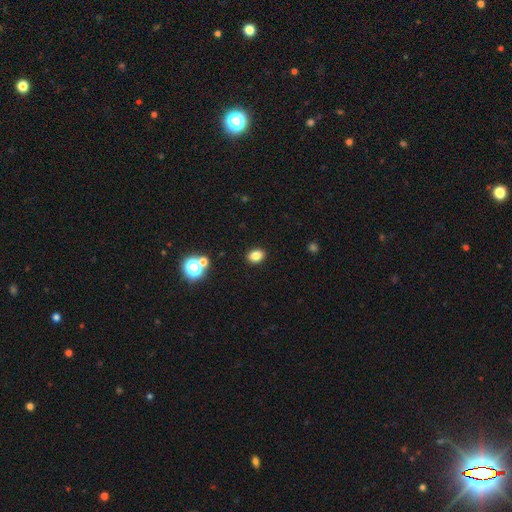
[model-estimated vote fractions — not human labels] Smooth or featured? Predicted: smooth (p=0.82). How rounded? Predicted: in between (p=0.66). Merging? Predicted: none (p=0.90).